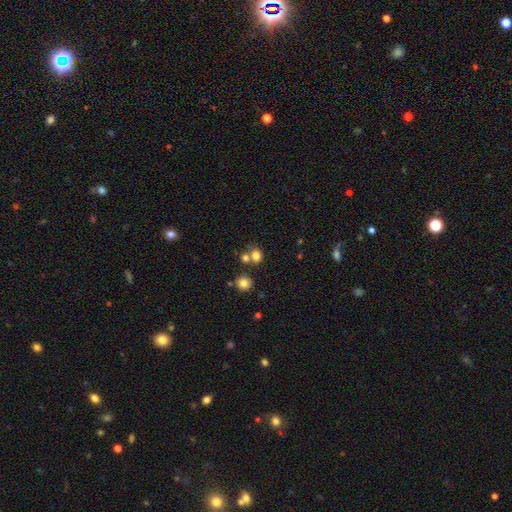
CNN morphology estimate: type=smooth (78%); roundness=round (53%); merging=none (50%).